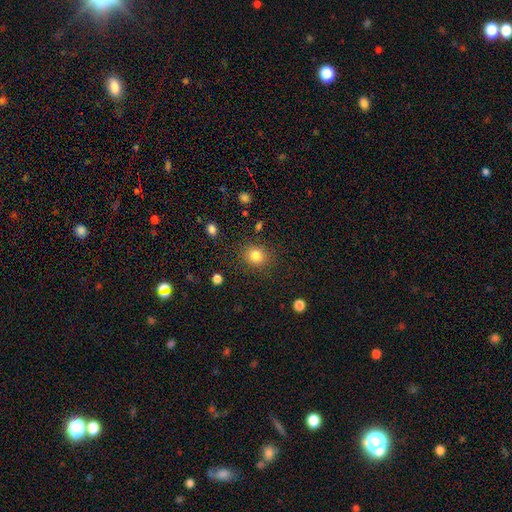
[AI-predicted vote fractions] The model was most divided on "how rounded": round: 78%, in between: 21%, cigar-shaped: 1%. More confident: merging — none (86%); smooth or featured — smooth (83%).